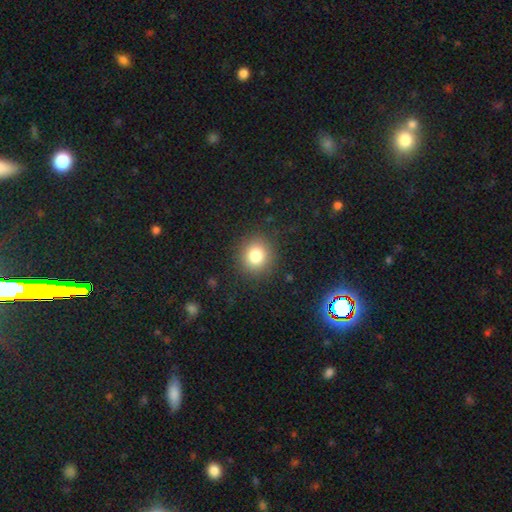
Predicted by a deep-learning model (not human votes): Smooth or featured? smooth (82%)
How rounded? round (85%)
Merging? none (87%)